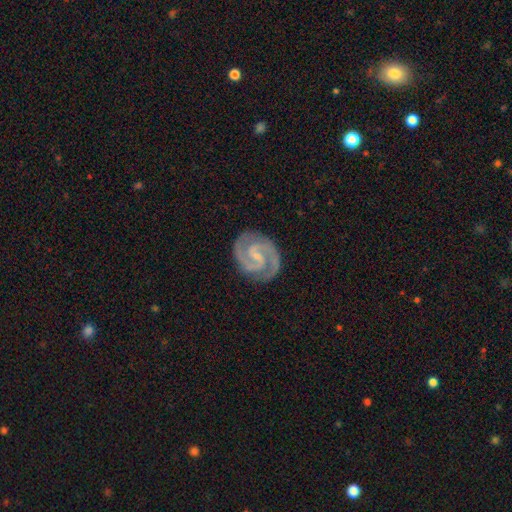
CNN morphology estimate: type=featured or disk (93%); edge-on=no (98%); bar=weak (52%); spiral arms=yes (99%); winding=medium (52%); arm count=2 (93%); bulge=small (65%); merging=none (85%).